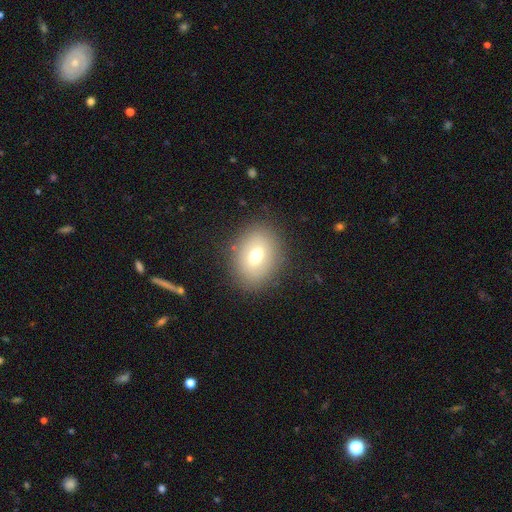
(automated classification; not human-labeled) A smooth galaxy with no disk features (67%) that is in between round and cigar-shaped (59%).

Vote fractions:
- Smooth or featured? smooth: 67% / featured or disk: 22% / star or artifact: 11%
- How rounded? in between: 59% / round: 40% / cigar-shaped: 1%
- Merging? none: 85% / minor disturbance: 10% / major disturbance: 4% / merger: 1%